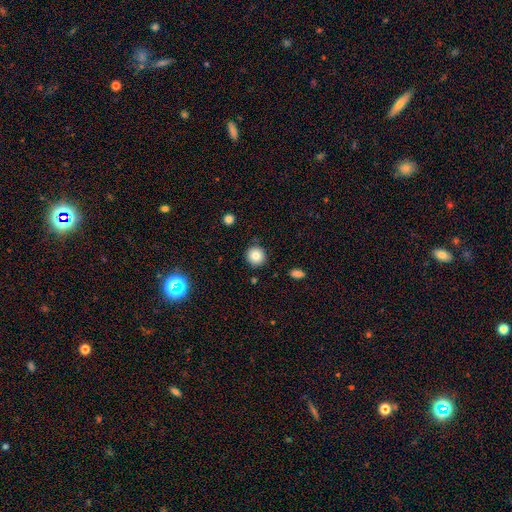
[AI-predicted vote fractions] Smooth or featured? Predicted: smooth (p=0.83). How rounded? Predicted: round (p=0.92). Merging? Predicted: none (p=0.89).